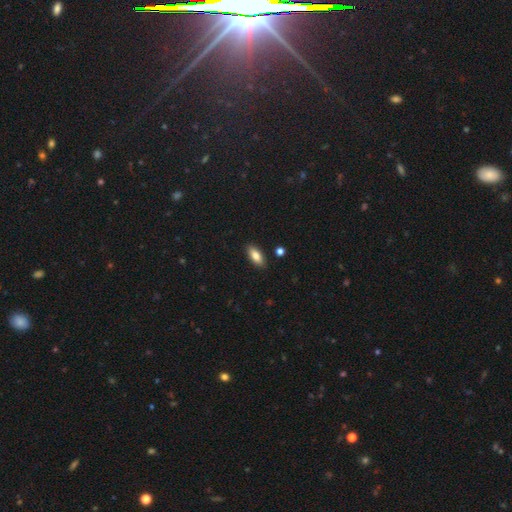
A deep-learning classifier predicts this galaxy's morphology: smooth-or-featured: smooth: 83% | featured or disk: 10% | star or artifact: 7%
  how-rounded: in between: 84% | cigar-shaped: 14% | round: 2%
  merging: none: 88% | minor disturbance: 9% | major disturbance: 2% | merger: 2%